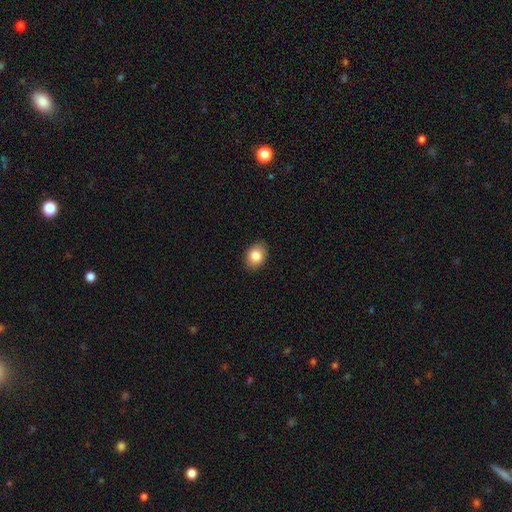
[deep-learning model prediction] The model was most divided on "how rounded": in between: 67%, round: 32%, cigar-shaped: 1%. More confident: merging — none (88%); smooth or featured — smooth (85%).